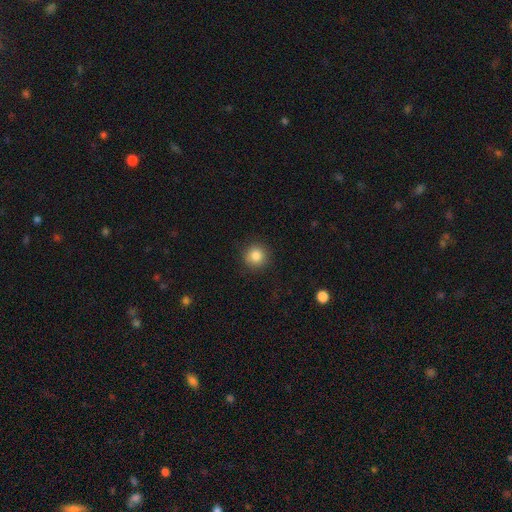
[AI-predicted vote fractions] A smooth galaxy with no disk features (85%) that is round (94%). Merging: none (90%).